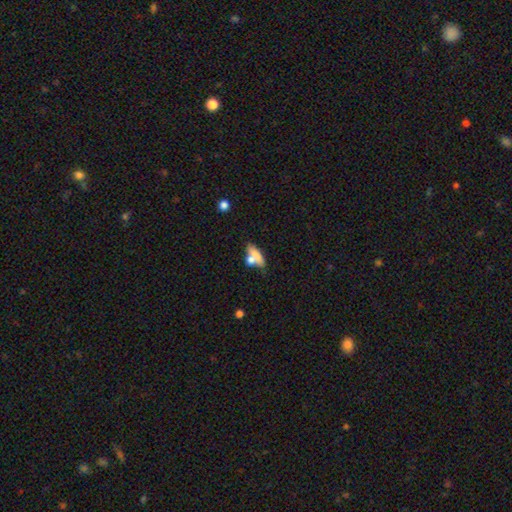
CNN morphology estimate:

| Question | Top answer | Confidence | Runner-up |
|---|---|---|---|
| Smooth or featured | smooth | 68% | featured or disk (25%) |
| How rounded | in between | 64% | cigar-shaped (29%) |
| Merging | merger | 39% | none (38%) |